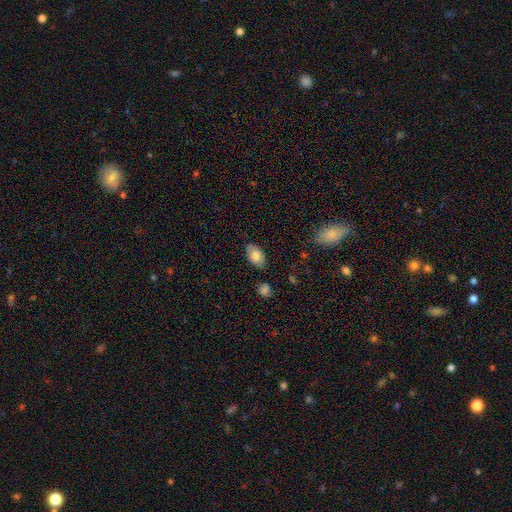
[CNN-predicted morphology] smooth 78%, featured or disk 15%, star or artifact 7%. Down the decision tree: how rounded — in between (93%); merging — none (79%).